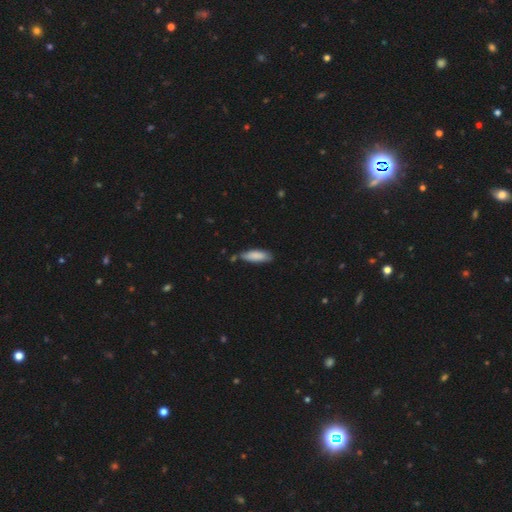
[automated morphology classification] A smooth galaxy with no disk features (86%) that is in between round and cigar-shaped (56%). Merging: none (68%).